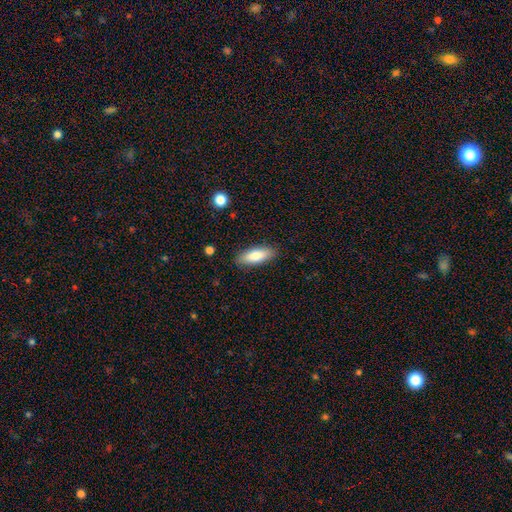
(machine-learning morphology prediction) A smooth galaxy with no disk features (80%) that is in between round and cigar-shaped (65%). Merging: none (87%).